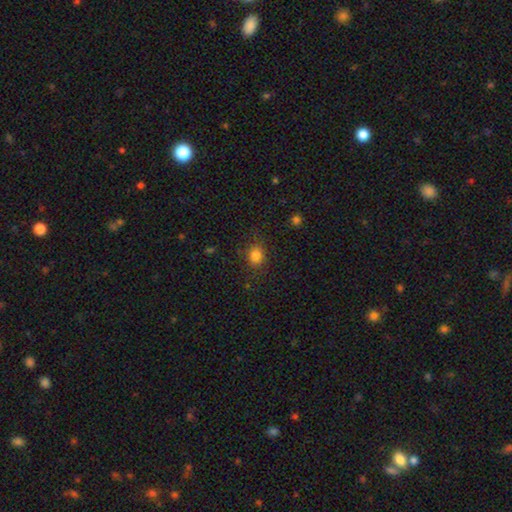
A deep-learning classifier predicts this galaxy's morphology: Smooth or featured?
  - smooth: 82% *
  - star or artifact: 13%
  - featured or disk: 5%
How rounded?
  - round: 64% *
  - in between: 35%
  - cigar-shaped: 1%
Merging?
  - none: 81% *
  - minor disturbance: 13%
  - major disturbance: 4%
  - merger: 2%